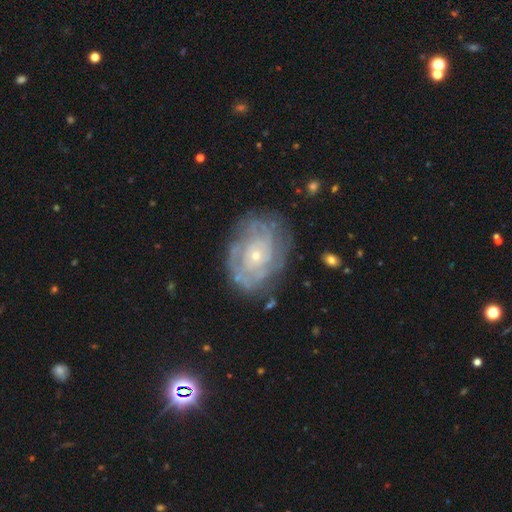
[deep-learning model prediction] Smooth or featured: featured or disk — 78% (smooth — 15%)
Edge-on disk: no — 97% (yes — 3%)
Bar: no — 83% (weak — 14%)
Spiral arms: yes — 82% (no — 18%)
Spiral winding: tight — 71% (medium — 22%)
Spiral arm count: can't tell — 52% (2 — 16%)
Bulge size: small — 75% (moderate — 21%)
Merging: none — 73% (minor disturbance — 18%)